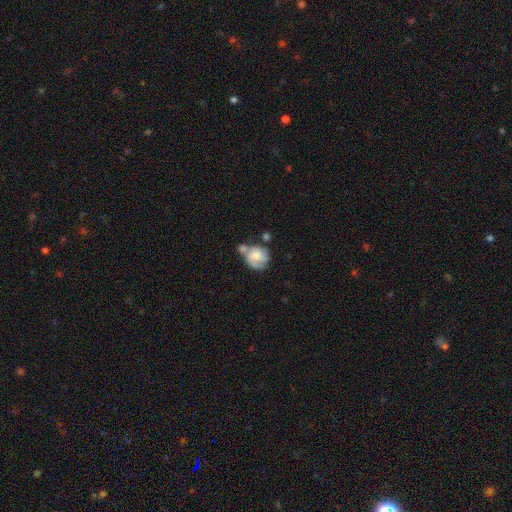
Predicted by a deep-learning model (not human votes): smooth-or-featured: featured or disk: 50% | smooth: 43% | star or artifact: 7%
  merging: none: 33% | merger: 31% | minor disturbance: 22% | major disturbance: 14%